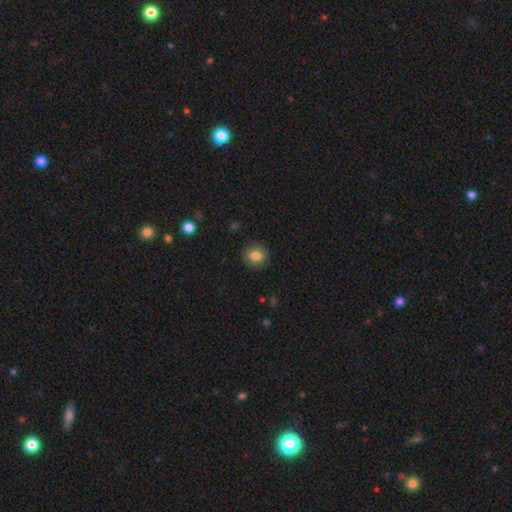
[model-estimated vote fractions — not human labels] A smooth galaxy with no disk features (83%) that is round (83%).

Vote fractions:
- Smooth or featured? smooth: 83% / star or artifact: 10% / featured or disk: 7%
- How rounded? round: 83% / in between: 16% / cigar-shaped: 1%
- Merging? none: 90% / minor disturbance: 7% / major disturbance: 2% / merger: 1%